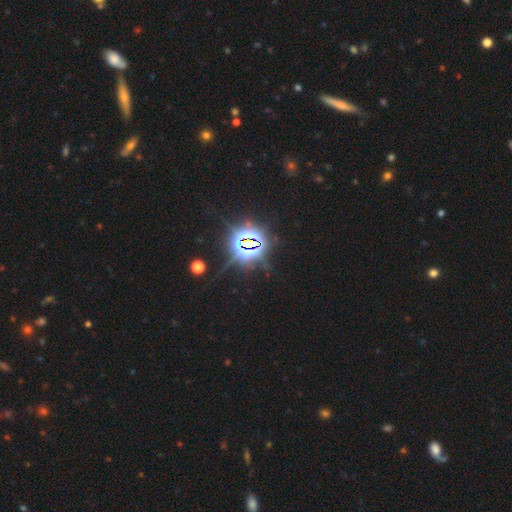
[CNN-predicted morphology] star or artifact 84%, smooth 8%, featured or disk 7%.